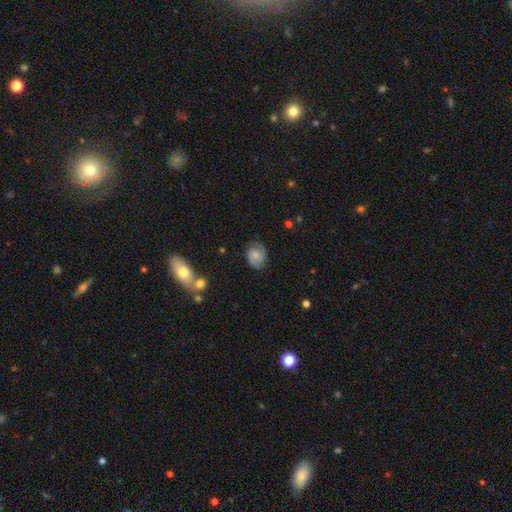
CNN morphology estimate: A smooth galaxy with no disk features (47%).

Vote fractions:
- Smooth or featured? smooth: 47% / featured or disk: 43% / star or artifact: 9%
- Merging? none: 72% / minor disturbance: 19% / major disturbance: 7% / merger: 2%